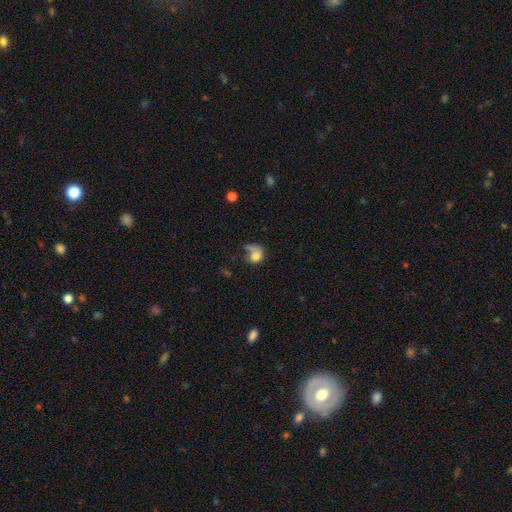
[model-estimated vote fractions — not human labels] A smooth galaxy with no disk features (64%) that is round (59%).

Vote fractions:
- Smooth or featured? smooth: 64% / featured or disk: 26% / star or artifact: 10%
- How rounded? round: 59% / in between: 39% / cigar-shaped: 2%
- Merging? major disturbance: 42% / none: 28% / minor disturbance: 19% / merger: 11%